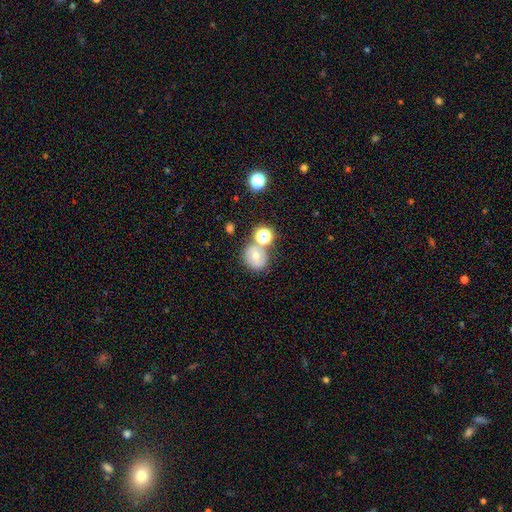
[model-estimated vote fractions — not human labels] This appears to be a smooth galaxy with no disk features (56%) that is round (72%). Merging: none (59%).